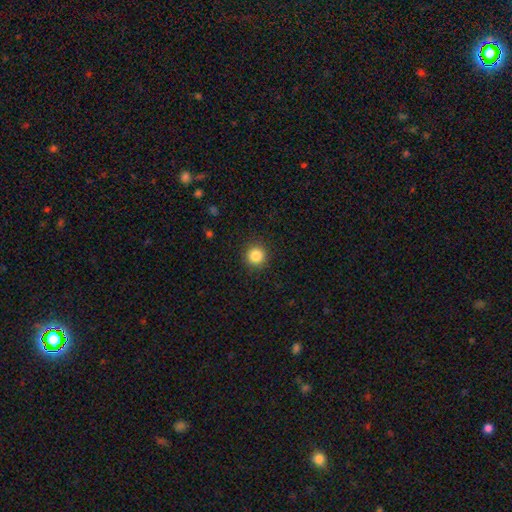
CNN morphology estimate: Q: Smooth or featured?
A: smooth (85%); runner-up: star or artifact (11%)
Q: How rounded?
A: round (94%); runner-up: in between (5%)
Q: Merging?
A: none (91%); runner-up: minor disturbance (6%)